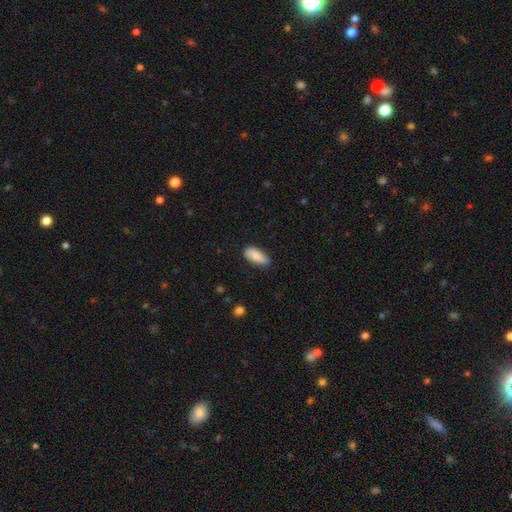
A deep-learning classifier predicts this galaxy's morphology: A smooth galaxy with no disk features (84%) that is in between round and cigar-shaped (84%). Merging: none (77%).